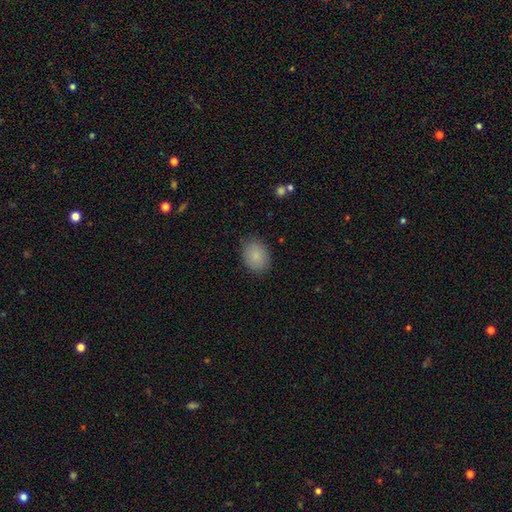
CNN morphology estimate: smooth 86%, star or artifact 8%, featured or disk 7%. Down the decision tree: how rounded — in between (65%); merging — none (84%).